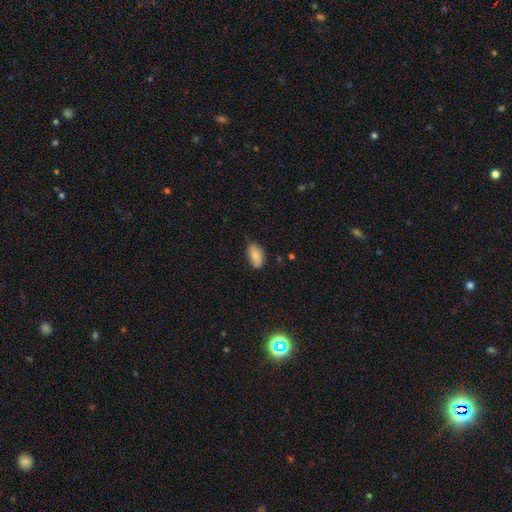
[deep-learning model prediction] Smooth or featured?
  - smooth: 81% *
  - featured or disk: 12%
  - star or artifact: 7%
How rounded?
  - in between: 93% *
  - round: 4%
  - cigar-shaped: 4%
Merging?
  - none: 73% *
  - minor disturbance: 23%
  - major disturbance: 3%
  - merger: 1%